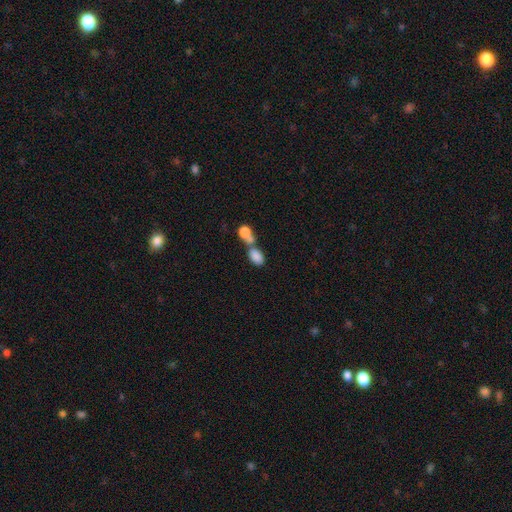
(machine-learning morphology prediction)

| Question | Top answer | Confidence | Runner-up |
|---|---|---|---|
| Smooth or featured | smooth | 82% | featured or disk (9%) |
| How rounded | in between | 86% | round (11%) |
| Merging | merger | 58% | none (28%) |